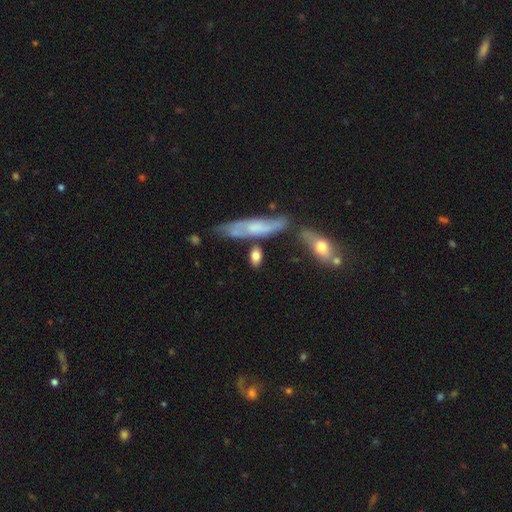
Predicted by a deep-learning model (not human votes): This is likely a smooth galaxy (74%). How rounded: likely in between (68%). Merging: likely none (65%).